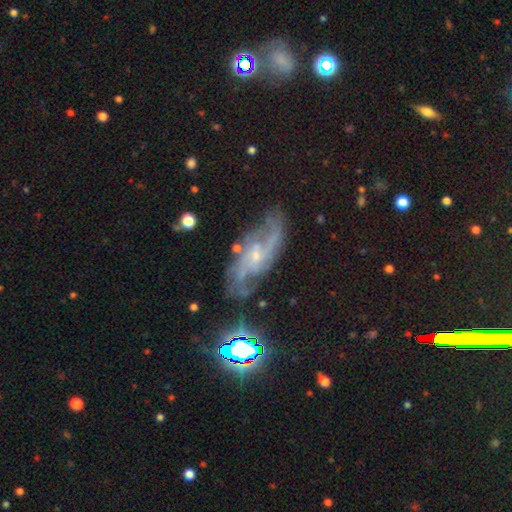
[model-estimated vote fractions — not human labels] Q: Smooth or featured?
A: featured or disk (83%); runner-up: star or artifact (9%)
Q: Edge-on disk?
A: no (94%); runner-up: yes (6%)
Q: Bar?
A: no (46%); runner-up: weak (43%)
Q: Spiral arms?
A: yes (96%); runner-up: no (4%)
Q: Spiral winding?
A: loose (43%); runner-up: medium (41%)
Q: Spiral arm count?
A: 2 (67%); runner-up: can't tell (14%)
Q: Bulge size?
A: small (68%); runner-up: moderate (23%)
Q: Merging?
A: none (66%); runner-up: minor disturbance (20%)